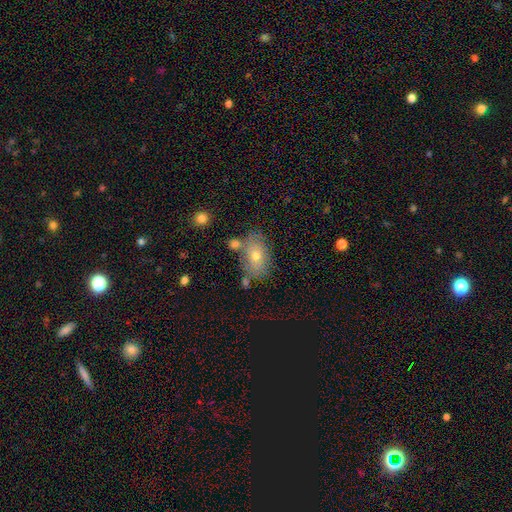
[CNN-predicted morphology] type=smooth (68%); roundness=in between (84%); merging=none (66%).